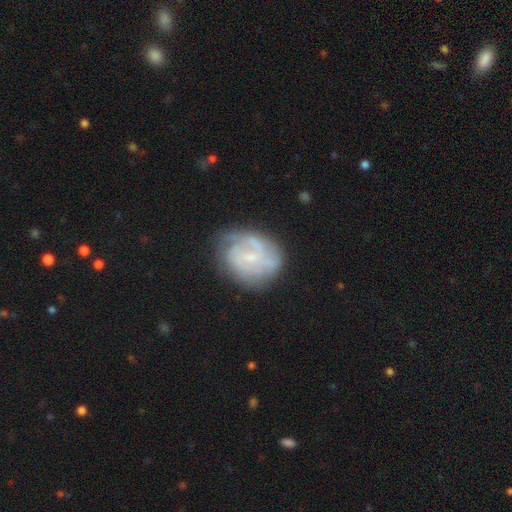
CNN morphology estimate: Smooth or featured? featured or disk (71%)
Edge-on disk? no (97%)
Bar? no (53%)
Spiral arms? yes (85%)
Spiral winding? tight (52%)
Spiral arm count? can't tell (39%)
Bulge size? small (70%)
Merging? none (68%)